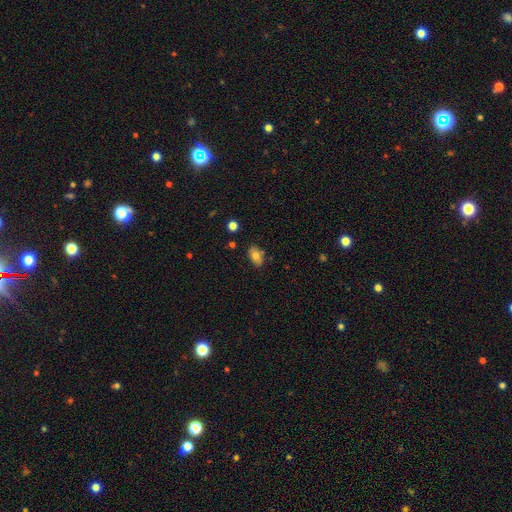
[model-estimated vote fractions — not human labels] Q: Smooth or featured?
A: smooth (75%); runner-up: featured or disk (15%)
Q: How rounded?
A: in between (90%); runner-up: round (8%)
Q: Merging?
A: none (81%); runner-up: minor disturbance (14%)